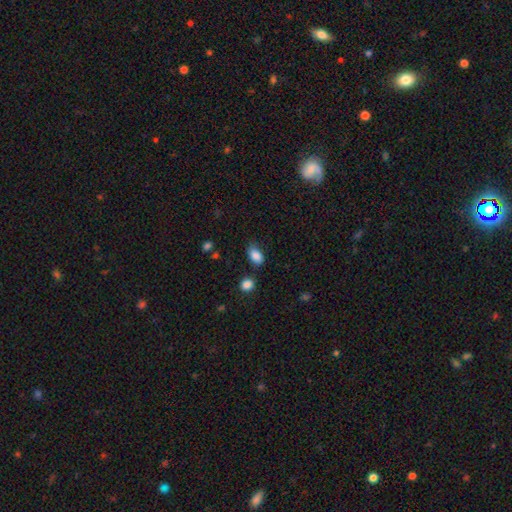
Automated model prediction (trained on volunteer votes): A smooth galaxy with no disk features (85%) that is in between round and cigar-shaped (89%).

Vote fractions:
- Smooth or featured? smooth: 85% / star or artifact: 8% / featured or disk: 6%
- How rounded? in between: 89% / round: 9% / cigar-shaped: 2%
- Merging? none: 64% / minor disturbance: 25% / major disturbance: 6% / merger: 5%